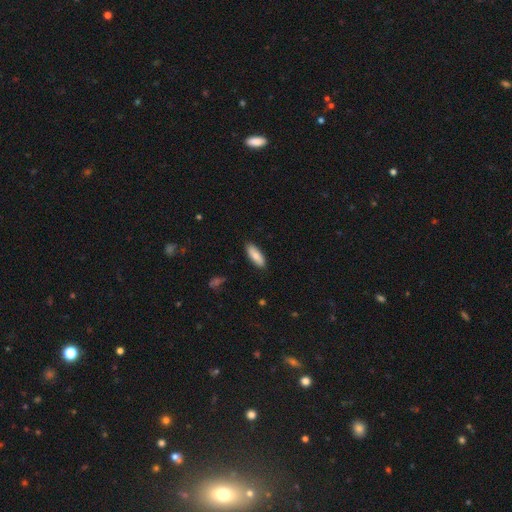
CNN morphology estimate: The model was most divided on "how rounded": in between: 67%, cigar-shaped: 31%, round: 2%. More confident: merging — none (88%); smooth or featured — smooth (81%).